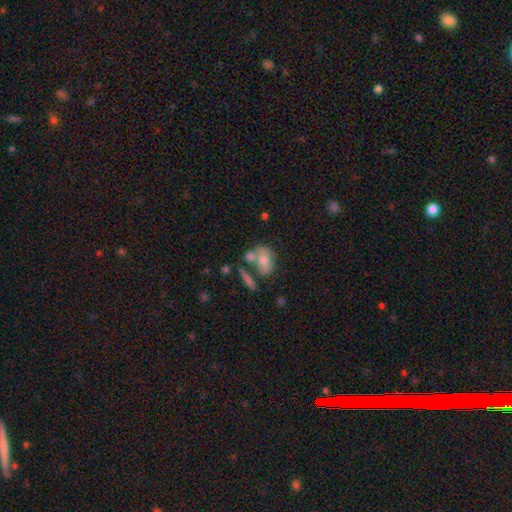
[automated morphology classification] This appears to be a smooth galaxy with no disk features (61%) that is in between round and cigar-shaped (77%). Merging: none (41%).